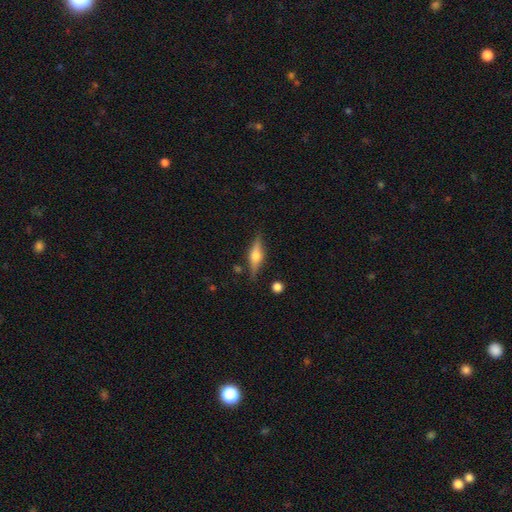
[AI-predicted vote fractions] Morphology: type=featured or disk (62%); edge-on=yes (95%); edge-on bulge=rounded (91%); merging=none (83%).